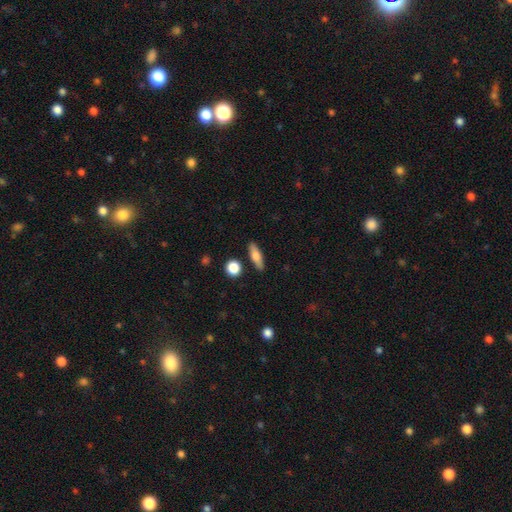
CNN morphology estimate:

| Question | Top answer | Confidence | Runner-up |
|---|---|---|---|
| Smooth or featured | smooth | 66% | featured or disk (27%) |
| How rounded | cigar-shaped | 55% | in between (39%) |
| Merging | none | 86% | minor disturbance (9%) |